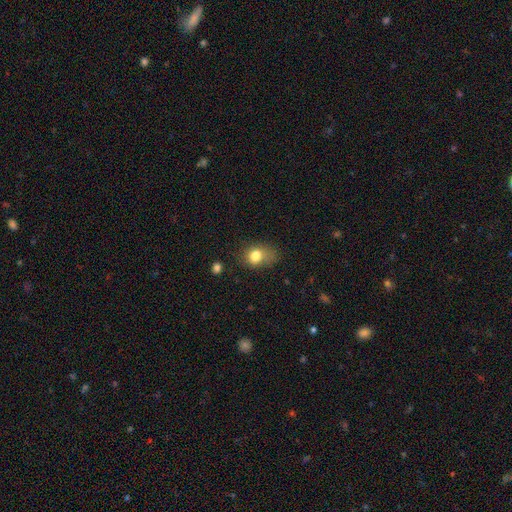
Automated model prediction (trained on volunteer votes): A smooth galaxy with no disk features (78%) that is in between round and cigar-shaped (60%).

Vote fractions:
- Smooth or featured? smooth: 78% / star or artifact: 11% / featured or disk: 11%
- How rounded? in between: 60% / round: 38% / cigar-shaped: 1%
- Merging? none: 41% / minor disturbance: 34% / major disturbance: 21% / merger: 4%